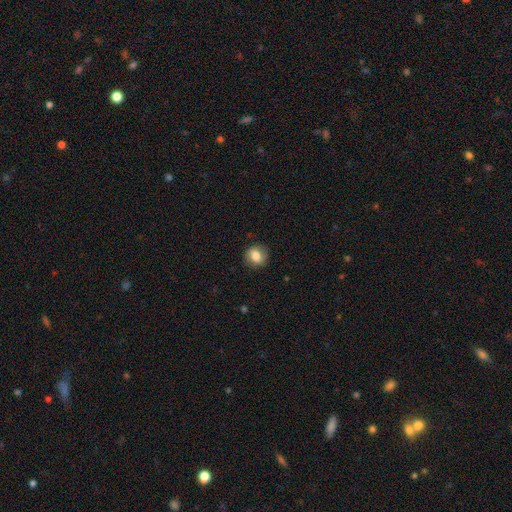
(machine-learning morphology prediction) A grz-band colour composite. It shows a smooth galaxy with no disk features (74%) that is round (71%). Merging: none (85%).